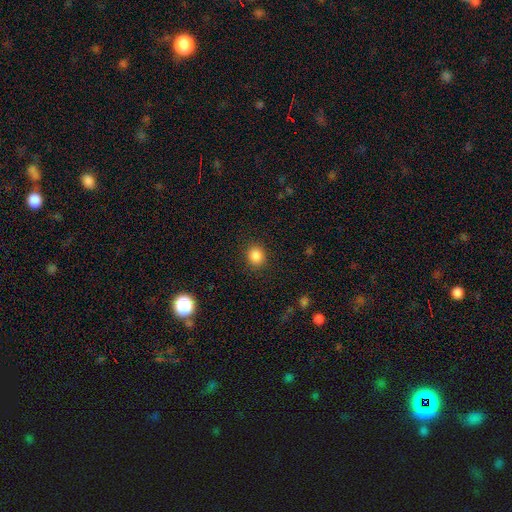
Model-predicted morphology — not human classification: smooth-or-featured: smooth: 86% | star or artifact: 10% | featured or disk: 4%
  how-rounded: round: 69% | in between: 30% | cigar-shaped: 1%
  merging: none: 89% | minor disturbance: 7% | major disturbance: 3% | merger: 1%